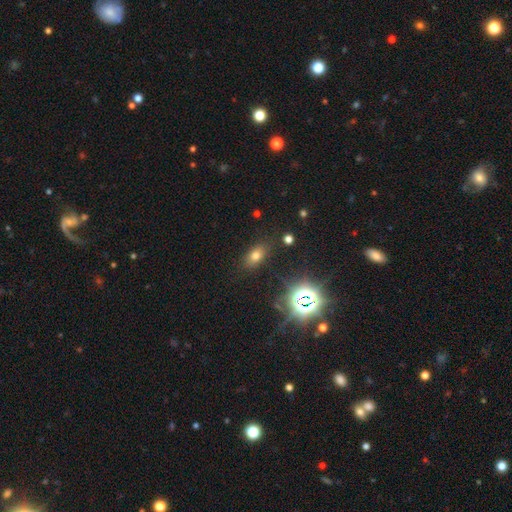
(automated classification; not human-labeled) The model was most divided on "smooth or featured": smooth: 65%, star or artifact: 23%, featured or disk: 12%. More confident: merging — none (84%); how rounded — in between (82%).